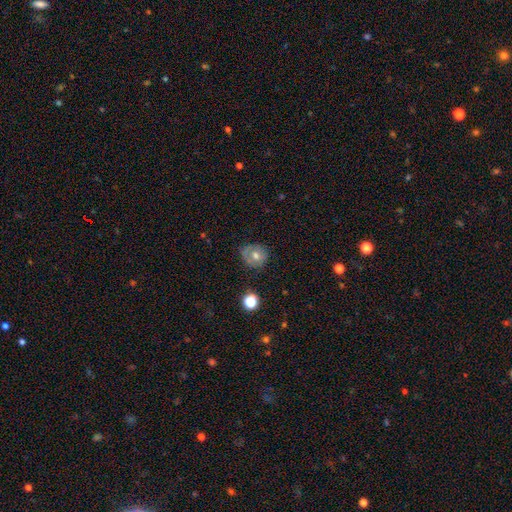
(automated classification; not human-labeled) A smooth galaxy with no disk features (54%) that is round (79%). Merging: none (71%).